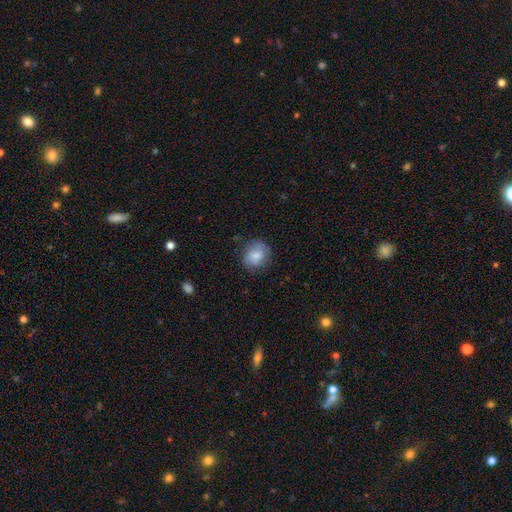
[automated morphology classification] Smooth or featured?
  - smooth: 76% *
  - featured or disk: 17%
  - star or artifact: 8%
How rounded?
  - round: 69% *
  - in between: 30%
  - cigar-shaped: 1%
Merging?
  - none: 70% *
  - minor disturbance: 22%
  - major disturbance: 7%
  - merger: 1%